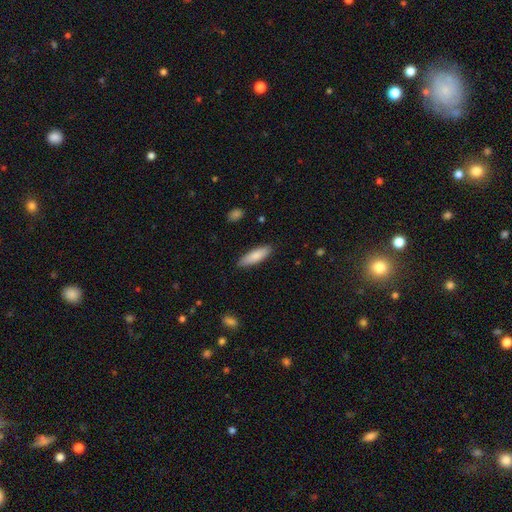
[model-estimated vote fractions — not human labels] smooth_or_featured: smooth (p=0.83) [alt: featured or disk p=0.11]
how_rounded: cigar-shaped (p=0.52) [alt: in between p=0.47]
merging: none (p=0.87) [alt: minor disturbance p=0.09]